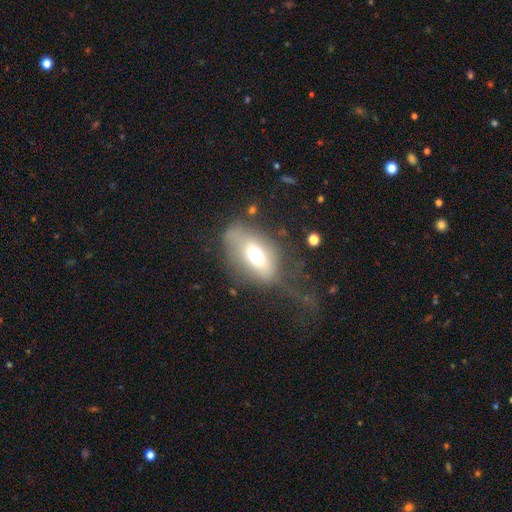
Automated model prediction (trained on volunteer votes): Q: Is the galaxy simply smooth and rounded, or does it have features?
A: smooth — 60%.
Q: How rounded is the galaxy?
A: in between — 78%.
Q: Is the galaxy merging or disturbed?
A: none — 38%.